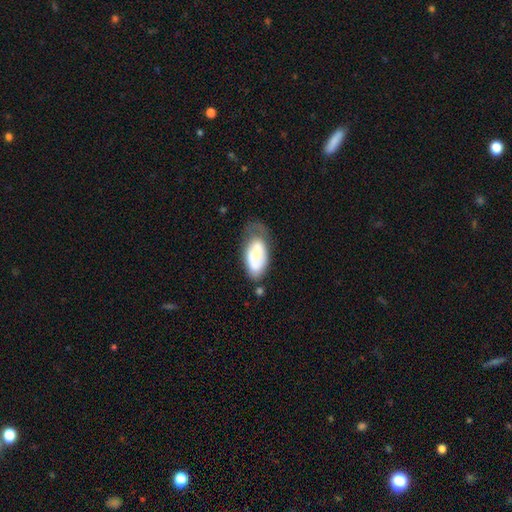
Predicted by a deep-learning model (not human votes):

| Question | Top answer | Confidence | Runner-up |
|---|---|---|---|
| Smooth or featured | smooth | 52% | featured or disk (41%) |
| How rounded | in between | 93% | round (4%) |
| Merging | none | 34% | minor disturbance (33%) |